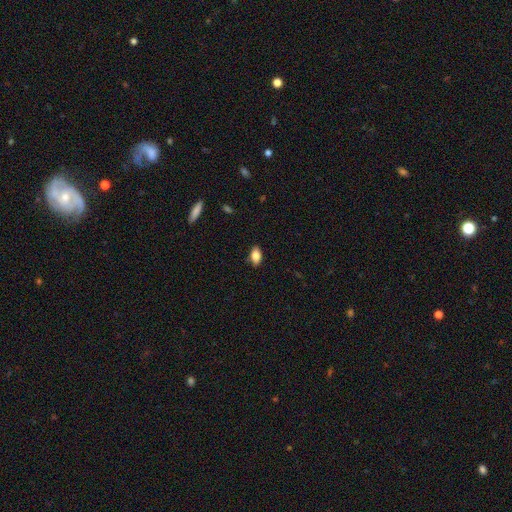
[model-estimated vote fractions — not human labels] Smooth or featured?
  - smooth: 83% *
  - featured or disk: 9%
  - star or artifact: 8%
How rounded?
  - in between: 90% *
  - round: 7%
  - cigar-shaped: 4%
Merging?
  - none: 87% *
  - minor disturbance: 10%
  - major disturbance: 2%
  - merger: 1%